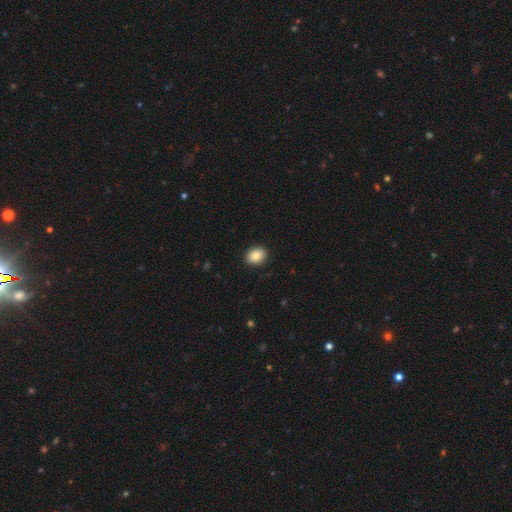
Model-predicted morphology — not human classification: The model was most divided on "how rounded": in between: 55%, round: 44%, cigar-shaped: 1%. More confident: merging — none (91%); smooth or featured — smooth (85%).